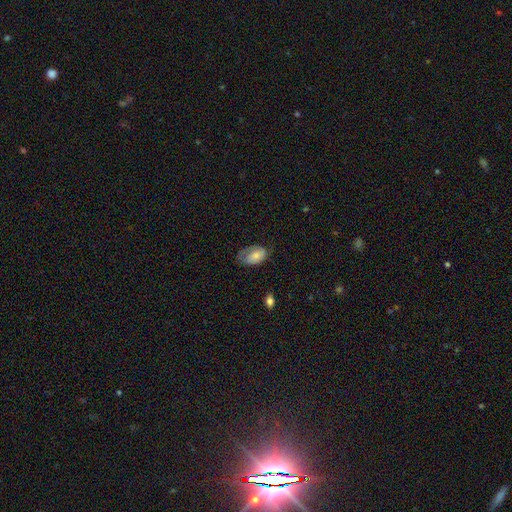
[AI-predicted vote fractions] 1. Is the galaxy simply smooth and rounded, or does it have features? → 66% smooth, 27% featured or disk, 7% star or artifact.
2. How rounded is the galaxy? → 91% in between, 8% round, 2% cigar-shaped.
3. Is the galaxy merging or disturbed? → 42% none, 35% minor disturbance, 21% major disturbance, 2% merger.